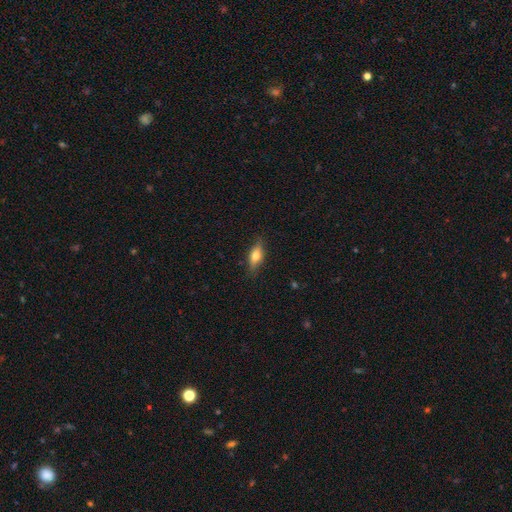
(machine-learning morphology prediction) Smooth or featured? Predicted: smooth (p=0.57). How rounded? Predicted: in between (p=0.61). Merging? Predicted: none (p=0.82).